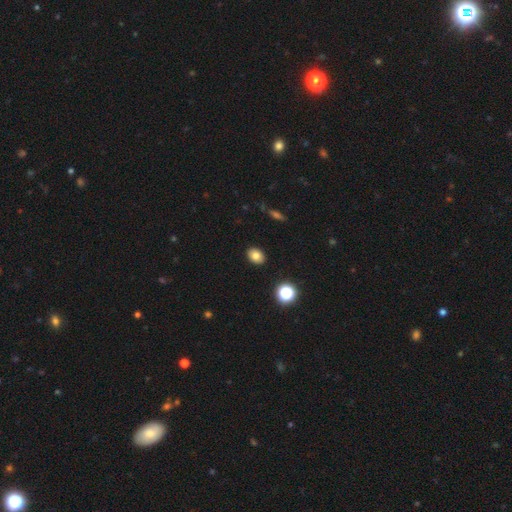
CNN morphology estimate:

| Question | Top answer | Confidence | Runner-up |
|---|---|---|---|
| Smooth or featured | smooth | 79% | star or artifact (12%) |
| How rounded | in between | 68% | round (30%) |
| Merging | none | 89% | minor disturbance (7%) |